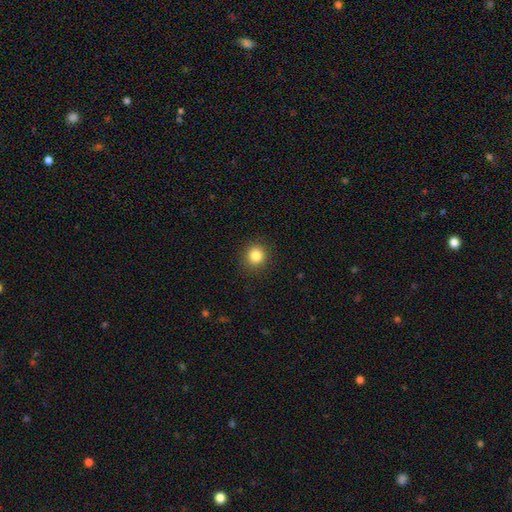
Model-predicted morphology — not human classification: Q: Smooth or featured?
A: smooth (84%); runner-up: star or artifact (11%)
Q: How rounded?
A: round (91%); runner-up: in between (8%)
Q: Merging?
A: none (91%); runner-up: minor disturbance (6%)